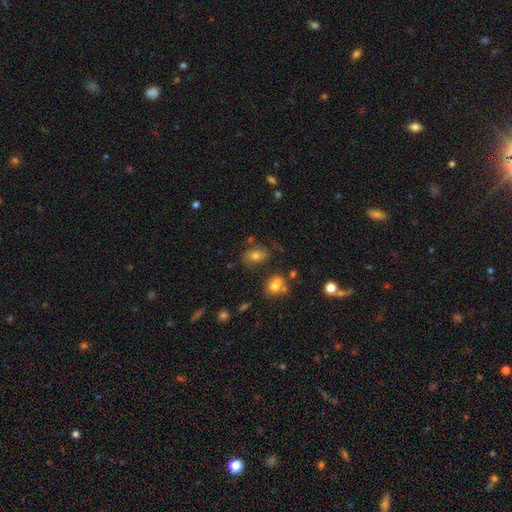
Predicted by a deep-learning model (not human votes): Smooth or featured: smooth — 70% (featured or disk — 17%)
How rounded: in between — 81% (round — 17%)
Merging: none — 68% (minor disturbance — 18%)